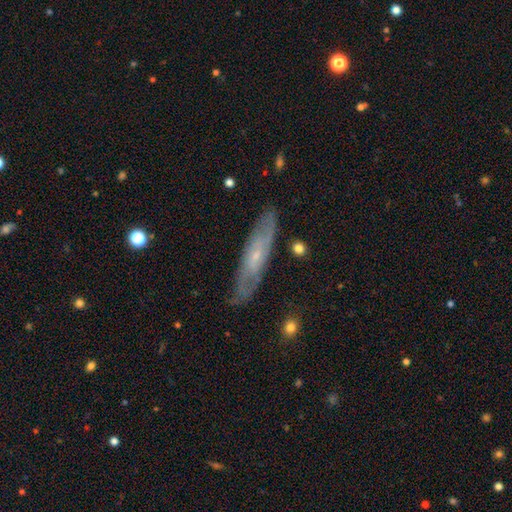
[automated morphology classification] Overall: featured or disk (65%; smooth 28%). Edge-on disk: no (59%; yes 41%). Merging: none (81%).